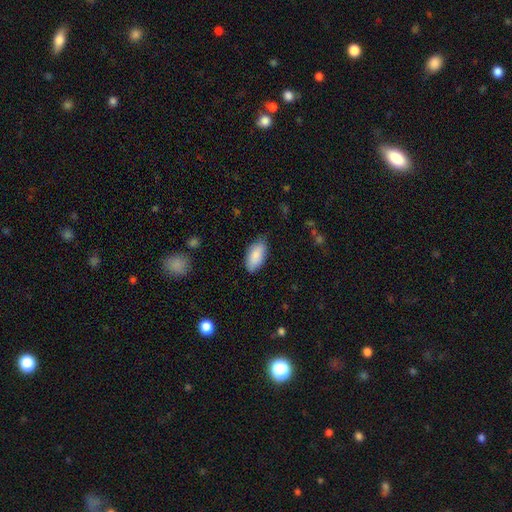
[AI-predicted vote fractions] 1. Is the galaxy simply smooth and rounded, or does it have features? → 88% smooth, 6% featured or disk, 6% star or artifact.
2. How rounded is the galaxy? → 92% in between, 6% cigar-shaped, 2% round.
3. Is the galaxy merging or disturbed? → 76% none, 19% minor disturbance, 3% major disturbance, 1% merger.